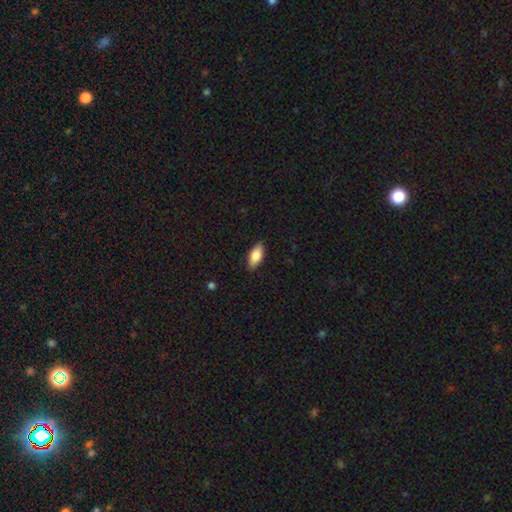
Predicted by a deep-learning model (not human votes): Smooth or featured? Predicted: smooth (p=0.81). How rounded? Predicted: in between (p=0.86). Merging? Predicted: none (p=0.86).